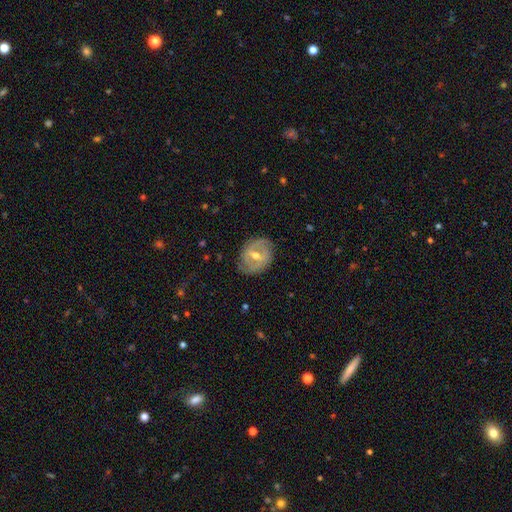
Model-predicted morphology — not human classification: The model was most divided on "spiral winding": tight: 47%, medium: 37%, loose: 15%. Remaining: edge-on disk — no (95%); merging — none (77%); spiral arms — yes (74%); smooth or featured — featured or disk (72%); bulge size — moderate (68%); spiral arm count — 2 (66%); bar — weak (48%).